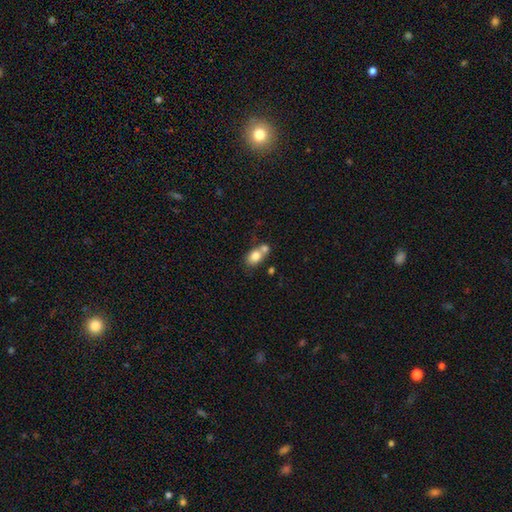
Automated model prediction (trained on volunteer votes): Morphology: type=smooth (79%); roundness=in between (73%); merging=merger (53%).